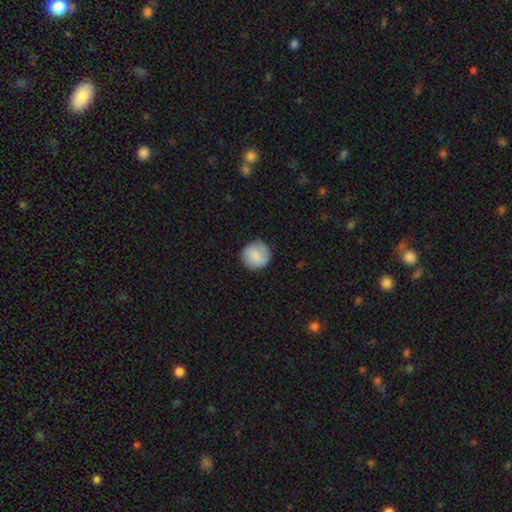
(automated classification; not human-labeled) Smooth or featured? smooth (83%)
How rounded? round (95%)
Merging? none (84%)